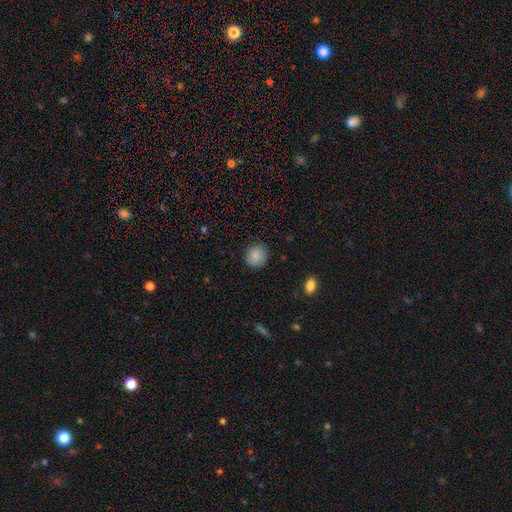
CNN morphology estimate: smooth_or_featured: smooth (p=0.88) [alt: star or artifact p=0.08]
how_rounded: round (p=0.88) [alt: in between p=0.11]
merging: none (p=0.87) [alt: minor disturbance p=0.09]